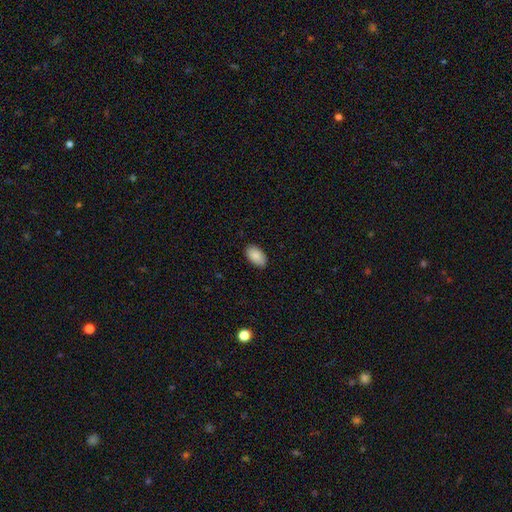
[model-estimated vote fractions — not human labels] The model was most divided on "merging": none: 88%, minor disturbance: 10%, major disturbance: 2%, merger: 1%. More confident: how rounded — in between (95%); smooth or featured — smooth (88%).